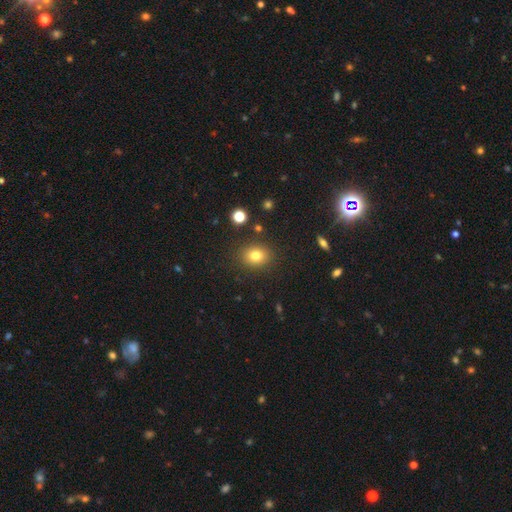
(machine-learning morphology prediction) Q: Smooth or featured?
A: smooth (79%); runner-up: star or artifact (13%)
Q: How rounded?
A: round (58%); runner-up: in between (41%)
Q: Merging?
A: none (87%); runner-up: minor disturbance (8%)